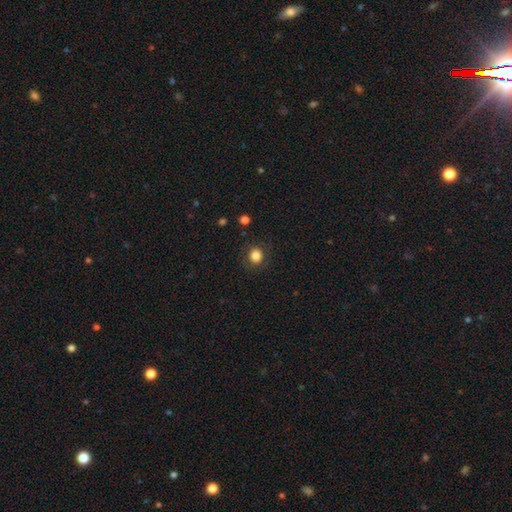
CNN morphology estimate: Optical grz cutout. It shows a smooth galaxy with no disk features (84%) that is round (83%). Merging: none (86%).